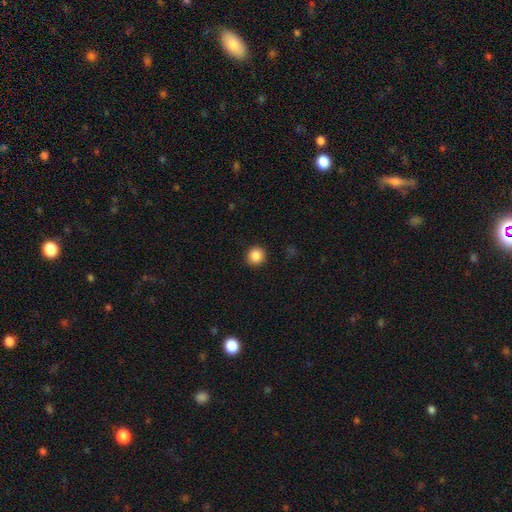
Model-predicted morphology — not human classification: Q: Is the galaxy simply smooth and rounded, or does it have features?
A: smooth — 87%.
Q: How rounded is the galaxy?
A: round — 93%.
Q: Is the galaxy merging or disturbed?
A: none — 92%.